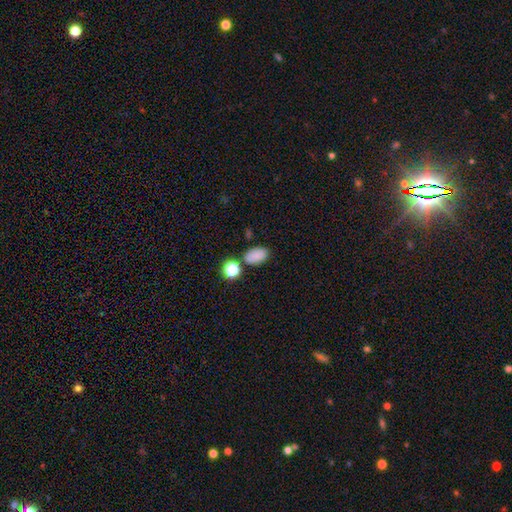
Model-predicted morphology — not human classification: A smooth galaxy with no disk features (84%) that is in between round and cigar-shaped (89%).

Vote fractions:
- Smooth or featured? smooth: 84% / star or artifact: 11% / featured or disk: 5%
- How rounded? in between: 89% / round: 9% / cigar-shaped: 1%
- Merging? none: 77% / minor disturbance: 12% / merger: 8% / major disturbance: 3%